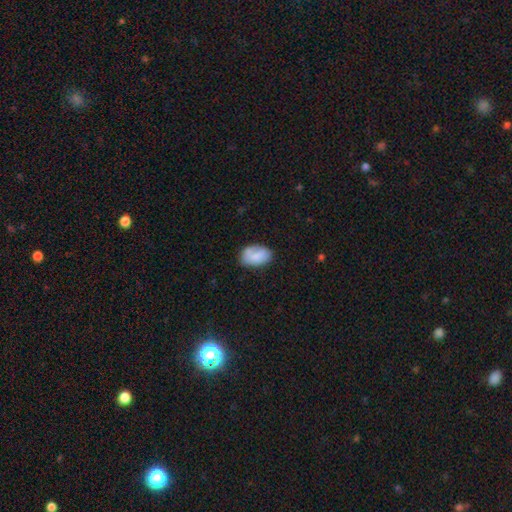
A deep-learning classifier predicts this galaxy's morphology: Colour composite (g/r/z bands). It shows a smooth galaxy with no disk features (76%) that is in between round and cigar-shaped (89%). Merging: none (60%).